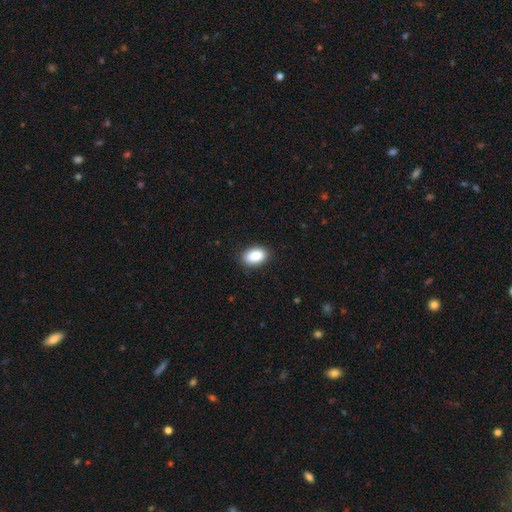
A smooth galaxy with no disk features (92%) that is in between round and cigar-shaped (89%). Merging: none (86%).